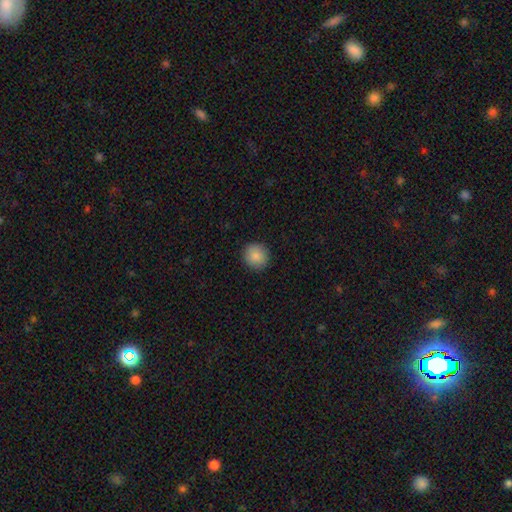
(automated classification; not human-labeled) Smooth or featured? smooth (87%)
How rounded? round (94%)
Merging? none (91%)